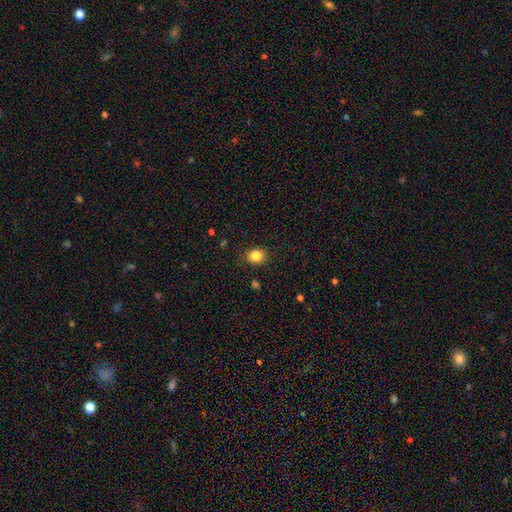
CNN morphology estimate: smooth-or-featured: smooth: 84% | star or artifact: 11% | featured or disk: 5%
  how-rounded: round: 70% | in between: 29% | cigar-shaped: 1%
  merging: none: 85% | minor disturbance: 11% | major disturbance: 3% | merger: 1%